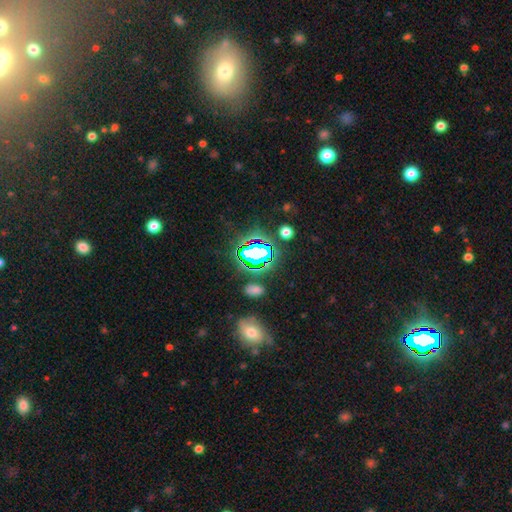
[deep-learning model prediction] Overall: star or artifact (64%).